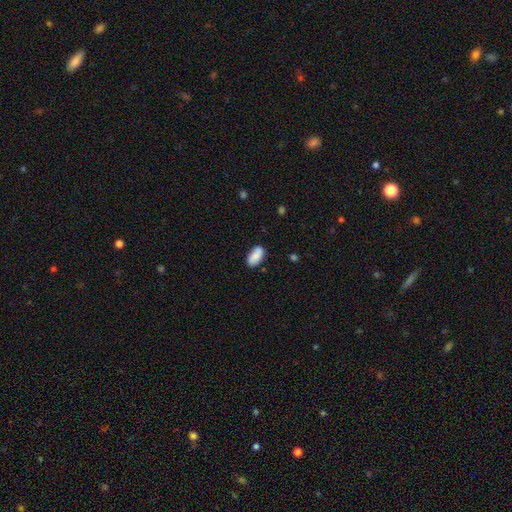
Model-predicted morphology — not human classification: Overall: smooth (84%). How rounded: in between (93%). Merging: none (79%).